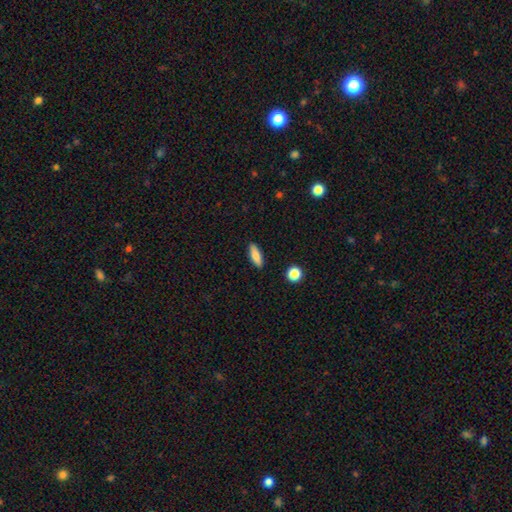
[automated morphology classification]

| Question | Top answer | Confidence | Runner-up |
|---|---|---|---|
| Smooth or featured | smooth | 80% | featured or disk (13%) |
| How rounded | in between | 56% | cigar-shaped (41%) |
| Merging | none | 89% | minor disturbance (8%) |